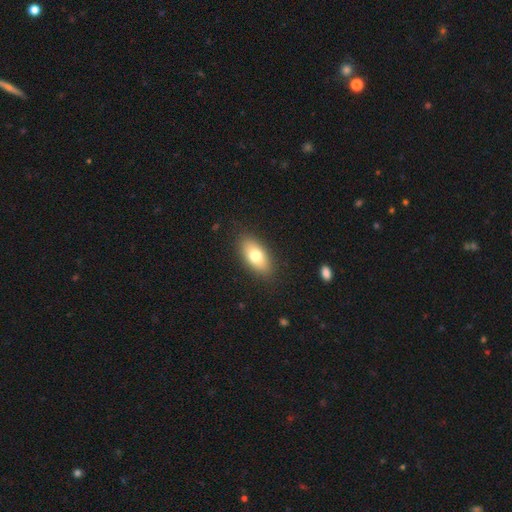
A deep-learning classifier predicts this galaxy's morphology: smooth_or_featured: smooth (p=0.74) [alt: featured or disk p=0.19]
how_rounded: in between (p=0.89) [alt: cigar-shaped p=0.07]
merging: none (p=0.87) [alt: minor disturbance p=0.10]